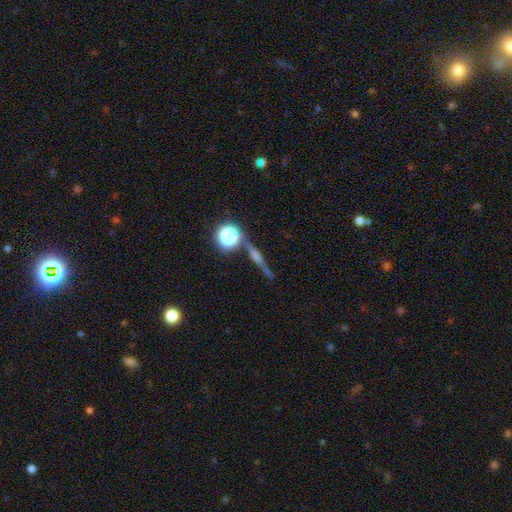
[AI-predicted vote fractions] A featured or disk galaxy (58%) viewed edge-on (92%) with a rounded central bulge (69%). Merging: none (80%).